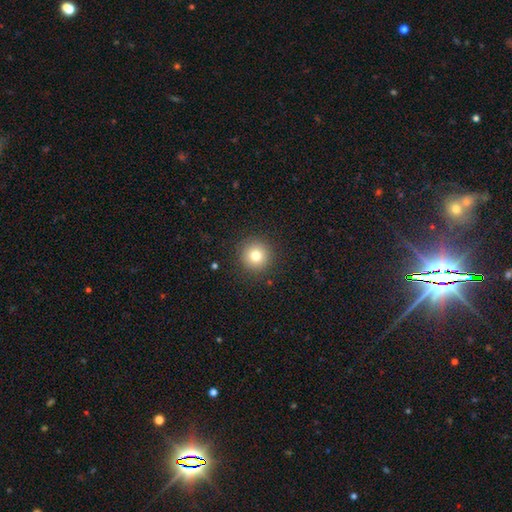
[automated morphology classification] smooth 78%, star or artifact 12%, featured or disk 9%. Down the decision tree: how rounded — round (95%); merging — none (90%).